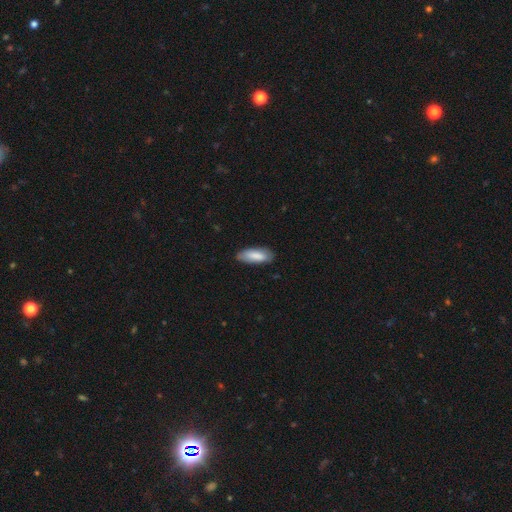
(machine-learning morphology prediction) Q: Smooth or featured?
A: smooth (84%); runner-up: featured or disk (10%)
Q: How rounded?
A: in between (74%); runner-up: cigar-shaped (25%)
Q: Merging?
A: none (80%); runner-up: minor disturbance (16%)